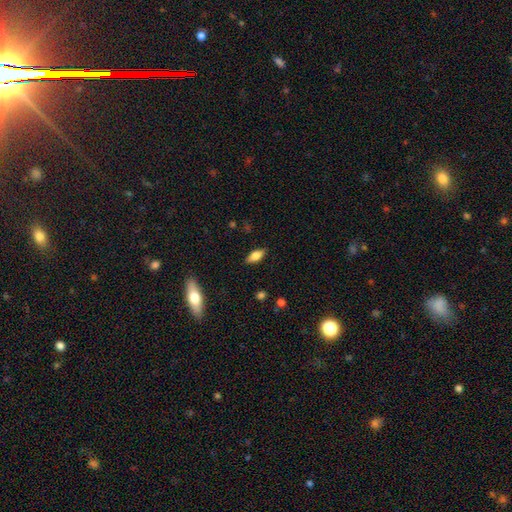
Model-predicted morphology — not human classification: Q: Smooth or featured?
A: smooth (71%); runner-up: featured or disk (21%)
Q: How rounded?
A: in between (79%); runner-up: cigar-shaped (18%)
Q: Merging?
A: none (86%); runner-up: minor disturbance (10%)